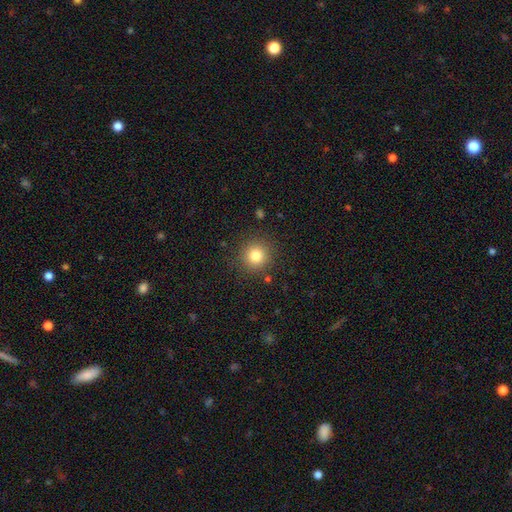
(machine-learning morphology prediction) The model was most divided on "smooth or featured": smooth: 81%, star or artifact: 12%, featured or disk: 7%. More confident: how rounded — round (94%); merging — none (88%).